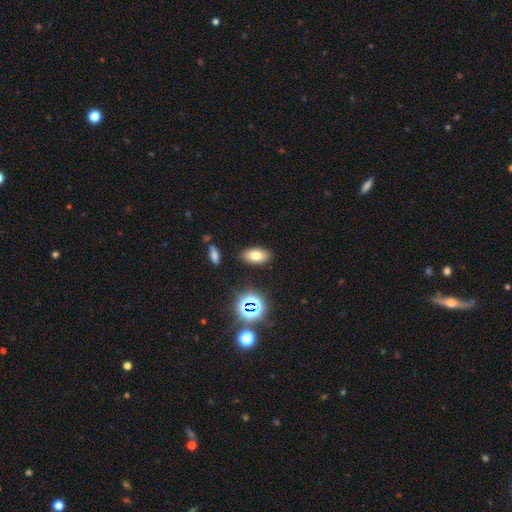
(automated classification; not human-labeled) A smooth galaxy with no disk features (72%) that is in between round and cigar-shaped (89%).

Vote fractions:
- Smooth or featured? smooth: 72% / star or artifact: 16% / featured or disk: 12%
- How rounded? in between: 89% / round: 7% / cigar-shaped: 3%
- Merging? none: 86% / minor disturbance: 9% / major disturbance: 3% / merger: 2%